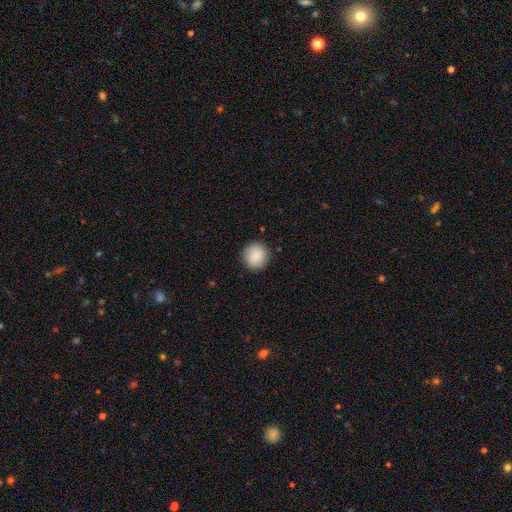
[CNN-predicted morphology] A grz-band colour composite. It shows a smooth galaxy with no disk features (87%) that is round (94%). Merging: none (90%).